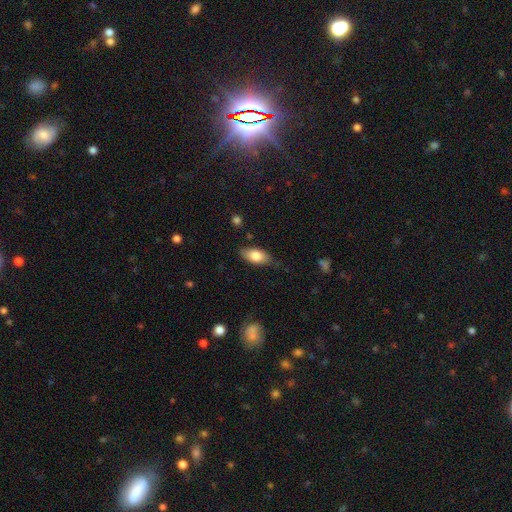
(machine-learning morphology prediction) The model was most divided on "merging": none: 75%, minor disturbance: 20%, major disturbance: 4%, merger: 2%. More confident: how rounded — in between (89%); smooth or featured — smooth (79%).